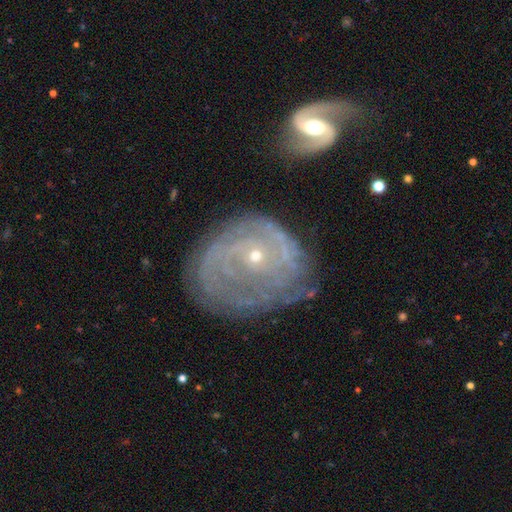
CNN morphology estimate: Smooth or featured? Predicted: featured or disk (p=0.83). Edge-on disk? Predicted: no (p=0.97). Bar? Predicted: no (p=0.74). Spiral arms? Predicted: yes (p=0.90). Spiral winding? Predicted: tight (p=0.68). Spiral arm count? Predicted: can't tell (p=0.39). Bulge size? Predicted: small (p=0.75). Merging? Predicted: none (p=0.55).